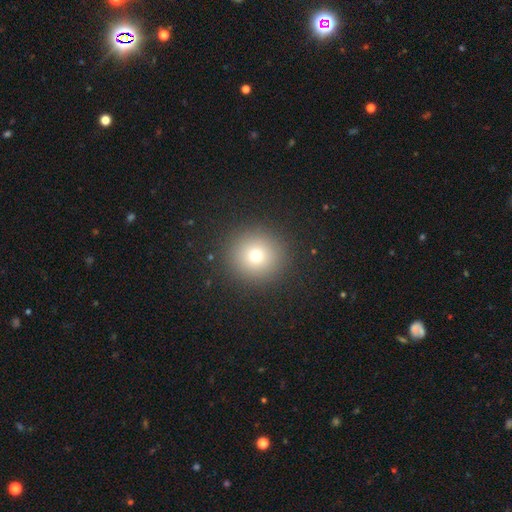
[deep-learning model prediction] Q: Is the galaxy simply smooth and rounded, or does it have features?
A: smooth — 72%.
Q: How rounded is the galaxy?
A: round — 94%.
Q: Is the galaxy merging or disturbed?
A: none — 92%.